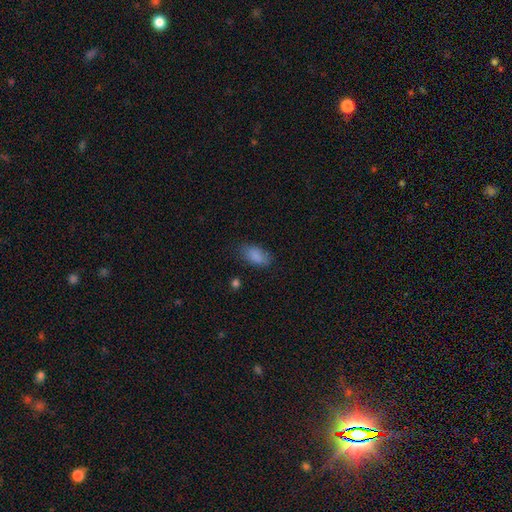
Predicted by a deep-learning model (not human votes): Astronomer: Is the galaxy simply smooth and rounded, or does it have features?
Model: smooth — 86%.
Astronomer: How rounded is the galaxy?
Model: in between — 92%.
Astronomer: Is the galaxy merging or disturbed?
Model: none — 72%.